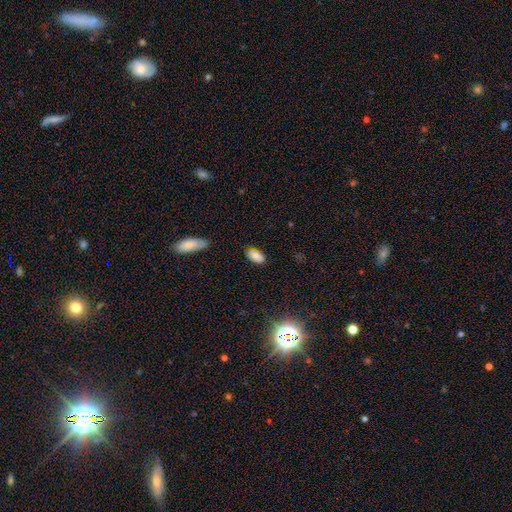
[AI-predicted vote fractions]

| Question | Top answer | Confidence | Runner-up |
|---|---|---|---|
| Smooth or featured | smooth | 84% | star or artifact (9%) |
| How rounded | in between | 93% | cigar-shaped (4%) |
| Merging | none | 82% | minor disturbance (14%) |